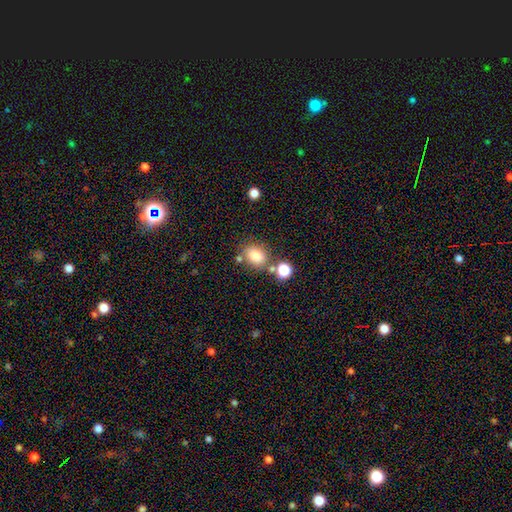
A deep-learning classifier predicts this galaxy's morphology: A smooth galaxy with no disk features (81%) that is in between round and cigar-shaped (52%). Merging: none (70%).